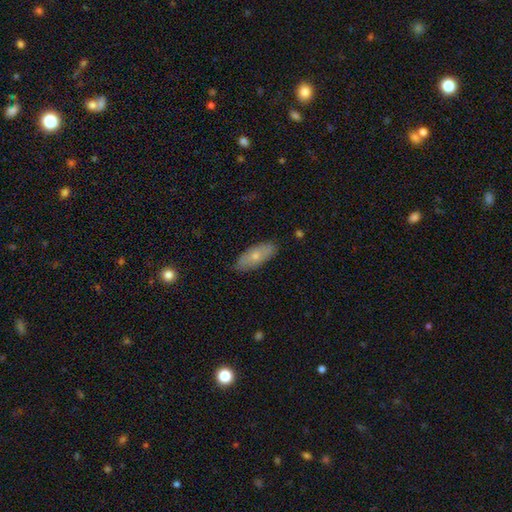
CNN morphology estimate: This is likely a smooth galaxy (64%). How rounded: likely in between (78%). Merging: clearly none (84%).